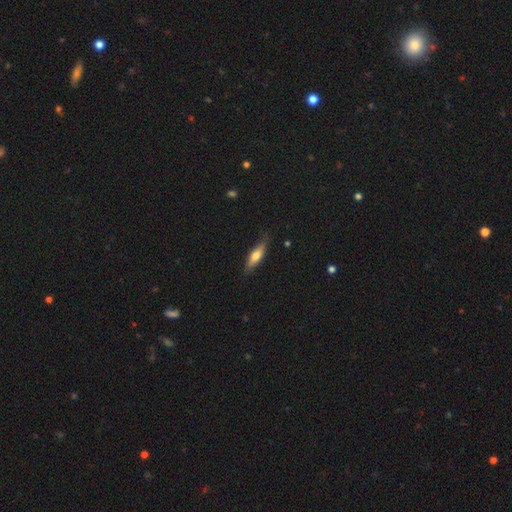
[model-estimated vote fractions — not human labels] Smooth or featured? Predicted: smooth (p=0.56). How rounded? Predicted: cigar-shaped (p=0.62). Merging? Predicted: none (p=0.79).